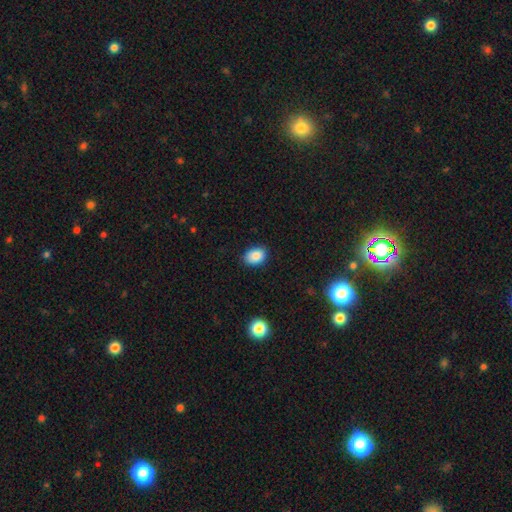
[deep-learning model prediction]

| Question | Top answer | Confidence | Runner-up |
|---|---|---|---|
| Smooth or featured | smooth | 86% | star or artifact (8%) |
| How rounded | in between | 76% | round (23%) |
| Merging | none | 85% | minor disturbance (11%) |